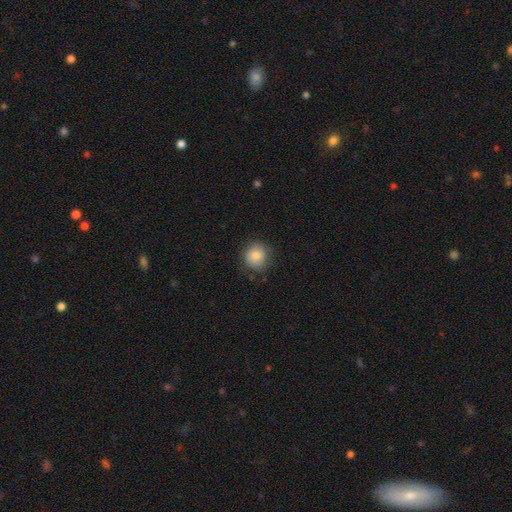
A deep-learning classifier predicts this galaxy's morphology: Smooth or featured?
  - smooth: 85% *
  - star or artifact: 8%
  - featured or disk: 6%
How rounded?
  - round: 88% *
  - in between: 11%
  - cigar-shaped: 1%
Merging?
  - none: 80% *
  - minor disturbance: 15%
  - major disturbance: 4%
  - merger: 1%